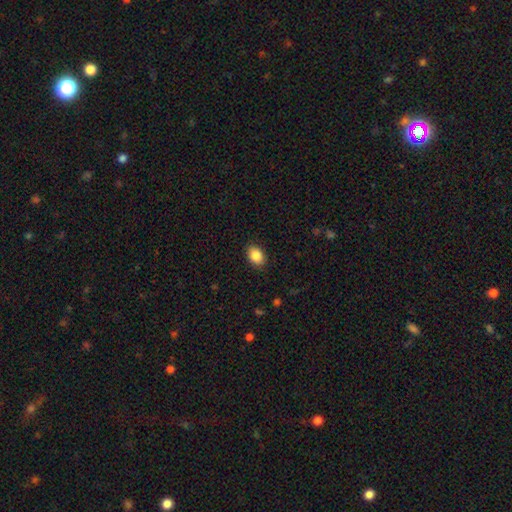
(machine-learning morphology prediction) smooth-or-featured: smooth: 87% | star or artifact: 8% | featured or disk: 5%
  how-rounded: in between: 73% | round: 26% | cigar-shaped: 1%
  merging: none: 88% | minor disturbance: 9% | major disturbance: 2% | merger: 1%